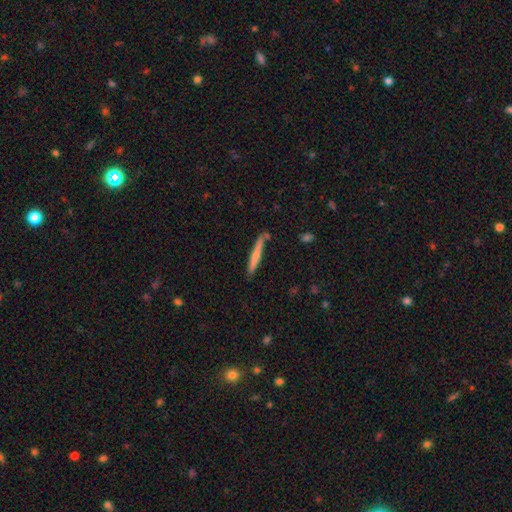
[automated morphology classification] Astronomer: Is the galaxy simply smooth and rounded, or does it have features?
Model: smooth — 59%.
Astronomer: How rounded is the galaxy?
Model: cigar-shaped — 95%.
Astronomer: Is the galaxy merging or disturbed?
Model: none — 77%.